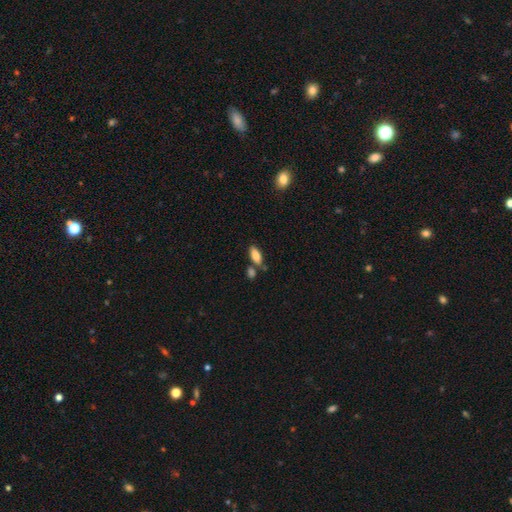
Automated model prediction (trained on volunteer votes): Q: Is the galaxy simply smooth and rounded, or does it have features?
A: smooth — 84%.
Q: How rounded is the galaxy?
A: in between — 85%.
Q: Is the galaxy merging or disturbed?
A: none — 64%.